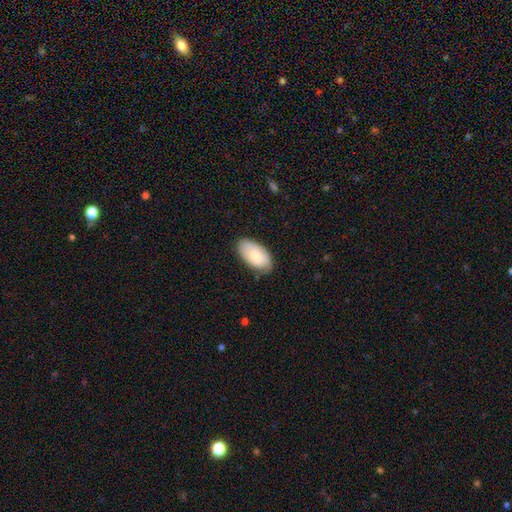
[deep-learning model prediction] Morphology: type=smooth (73%); roundness=in between (95%); merging=none (73%).